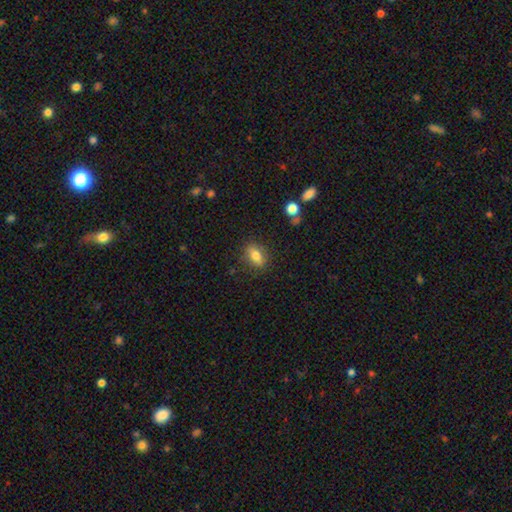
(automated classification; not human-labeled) Smooth or featured: smooth — 77% (featured or disk — 14%)
How rounded: in between — 80% (round — 14%)
Merging: none — 83% (minor disturbance — 12%)